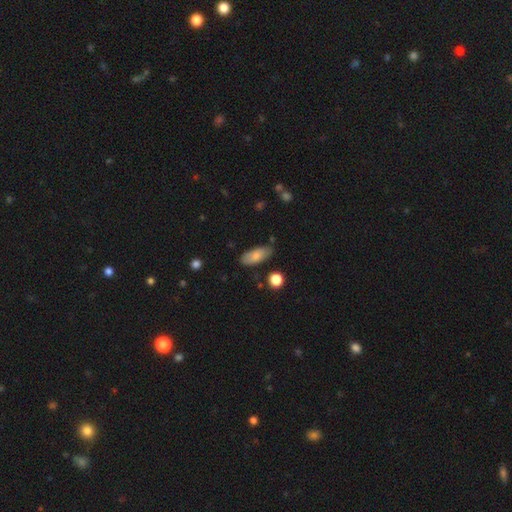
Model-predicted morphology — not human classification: smooth 79%, featured or disk 14%, star or artifact 6%. Down the decision tree: how rounded — in between (81%); merging — none (78%).